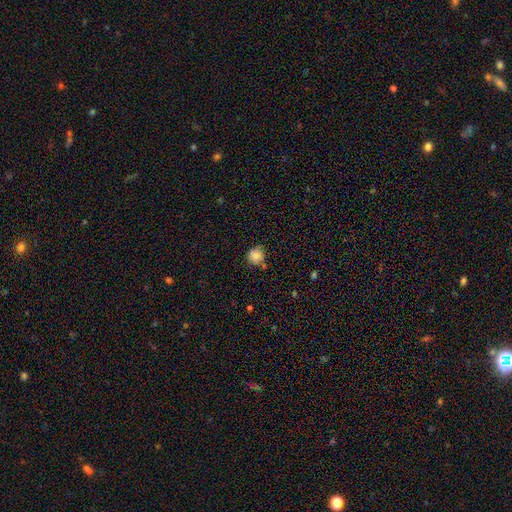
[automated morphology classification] smooth 83%, star or artifact 10%, featured or disk 6%. Down the decision tree: how rounded — round (88%); merging — none (72%).